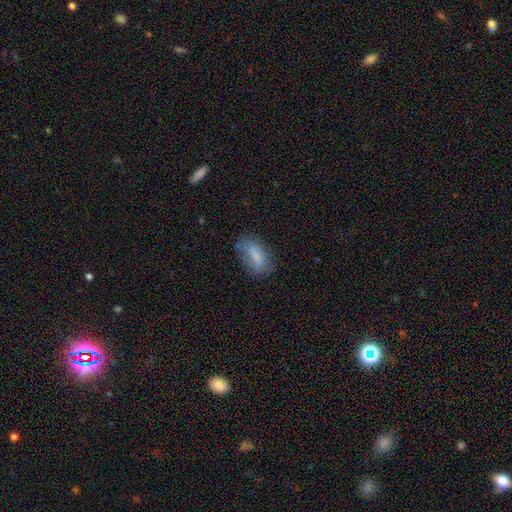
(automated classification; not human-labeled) This appears to be a smooth galaxy with no disk features (72%) that is in between round and cigar-shaped (84%). Merging: none (61%).